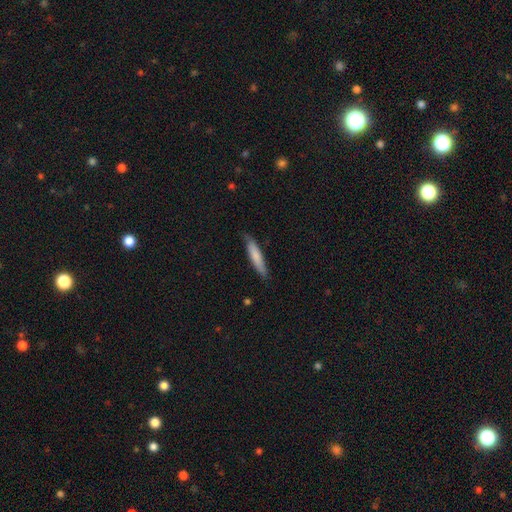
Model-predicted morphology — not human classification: smooth_or_featured: smooth (p=0.75) [alt: featured or disk p=0.19]
how_rounded: cigar-shaped (p=0.88) [alt: in between p=0.10]
merging: none (p=0.81) [alt: minor disturbance p=0.15]